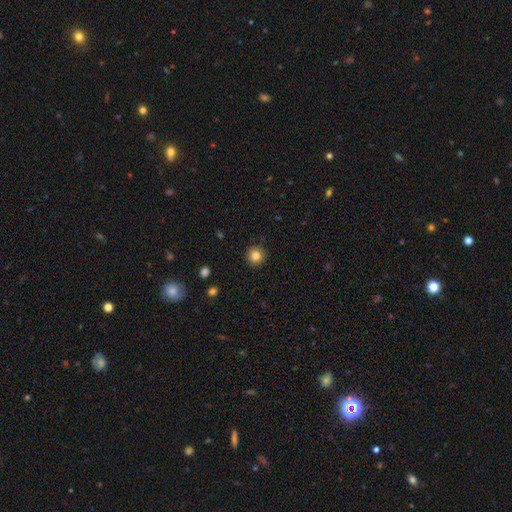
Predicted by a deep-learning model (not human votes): The model was most divided on "smooth or featured": smooth: 83%, star or artifact: 11%, featured or disk: 6%. More confident: how rounded — round (95%); merging — none (92%).